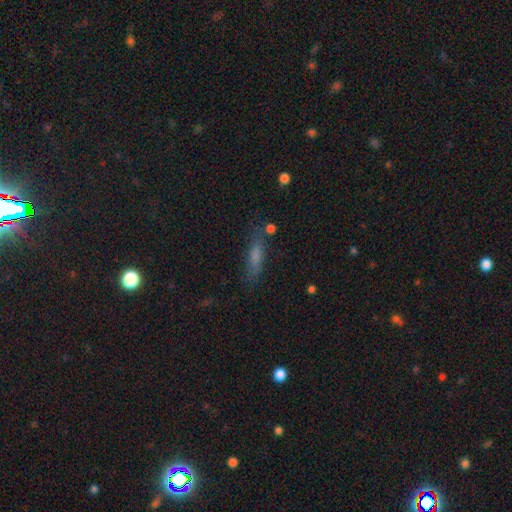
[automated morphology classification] Smooth or featured? Predicted: smooth (p=0.63). How rounded? Predicted: cigar-shaped (p=0.68). Merging? Predicted: none (p=0.73).